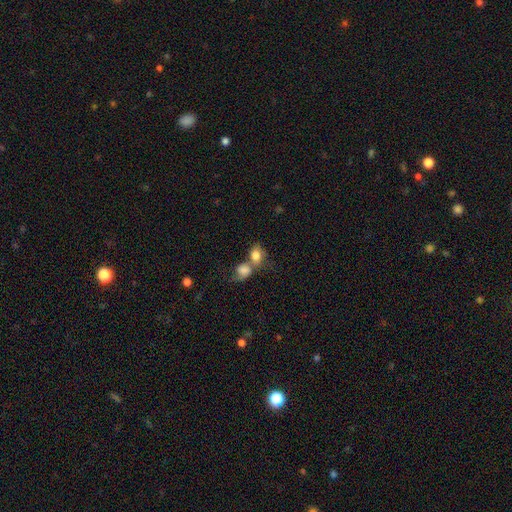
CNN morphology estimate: Smooth or featured: smooth — 80% (featured or disk — 12%)
How rounded: in between — 54% (round — 44%)
Merging: merger — 64% (none — 22%)